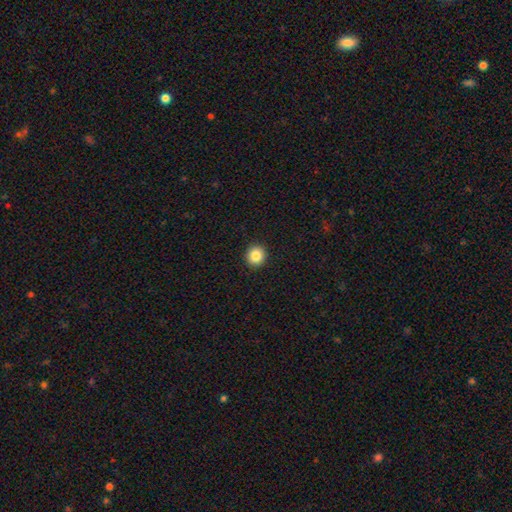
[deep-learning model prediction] Smooth or featured? smooth (86%)
How rounded? round (88%)
Merging? none (93%)